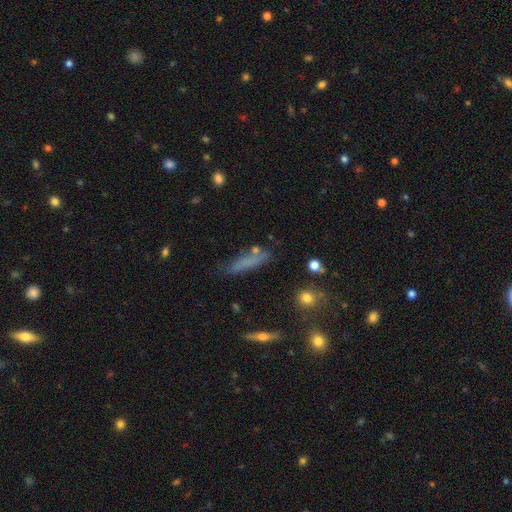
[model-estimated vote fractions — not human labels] smooth-or-featured: smooth: 68% | featured or disk: 21% | star or artifact: 11%
  how-rounded: cigar-shaped: 78% | in between: 19% | round: 3%
  merging: none: 64% | minor disturbance: 21% | merger: 8% | major disturbance: 7%